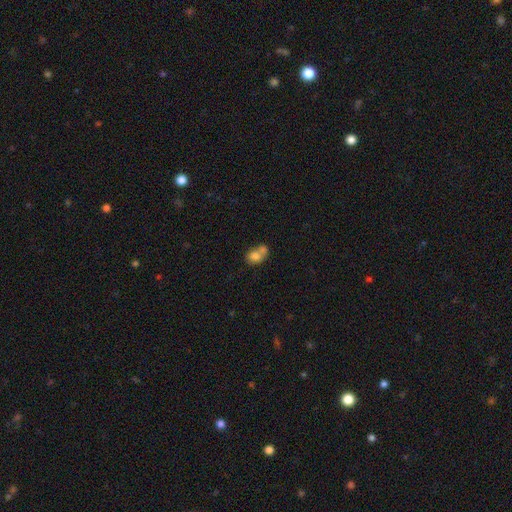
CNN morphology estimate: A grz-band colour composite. It shows a smooth galaxy with no disk features (75%) that is in between round and cigar-shaped (51%). Merging: merger (64%).